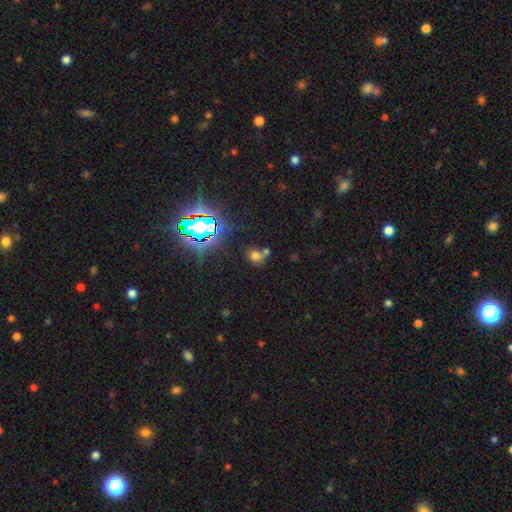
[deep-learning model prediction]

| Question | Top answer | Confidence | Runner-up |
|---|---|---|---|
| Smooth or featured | smooth | 57% | star or artifact (30%) |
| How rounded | round | 66% | in between (32%) |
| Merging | none | 43% | merger (40%) |